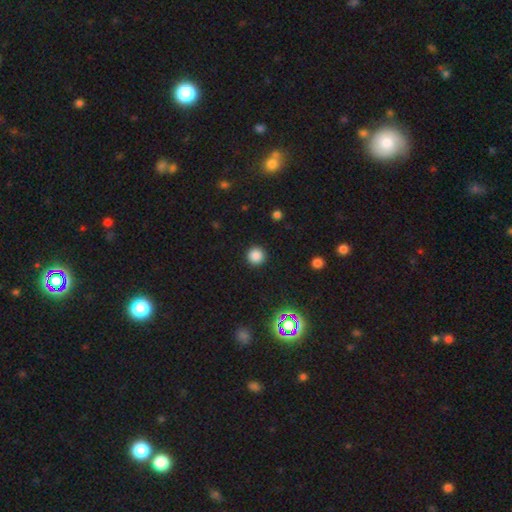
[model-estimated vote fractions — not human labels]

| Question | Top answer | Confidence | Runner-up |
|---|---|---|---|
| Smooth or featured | smooth | 84% | star or artifact (13%) |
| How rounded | round | 96% | in between (3%) |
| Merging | none | 92% | minor disturbance (5%) |